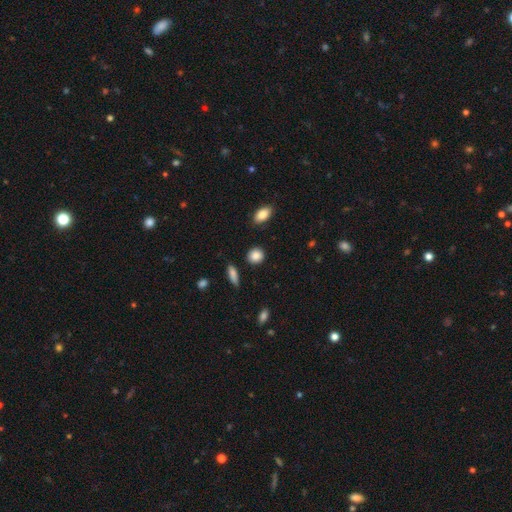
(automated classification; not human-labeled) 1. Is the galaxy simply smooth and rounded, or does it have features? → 87% smooth, 8% star or artifact, 5% featured or disk.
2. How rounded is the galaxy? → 80% round, 18% in between, 2% cigar-shaped.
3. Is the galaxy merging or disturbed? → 88% none, 8% minor disturbance, 2% merger, 2% major disturbance.